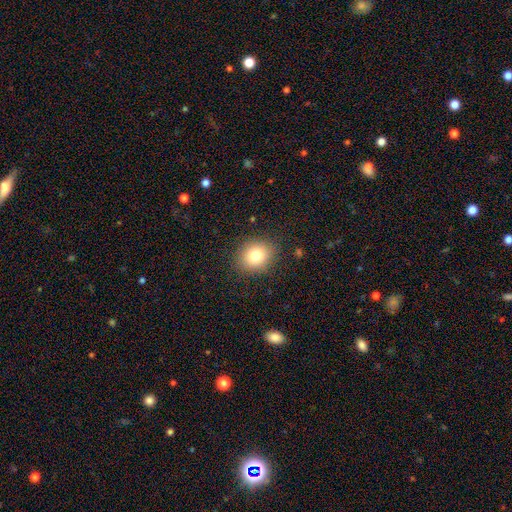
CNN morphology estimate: smooth 79%, star or artifact 11%, featured or disk 10%. Down the decision tree: how rounded — round (61%); merging — none (86%).